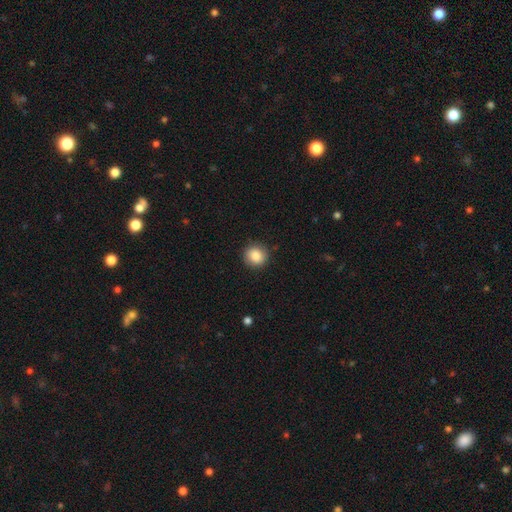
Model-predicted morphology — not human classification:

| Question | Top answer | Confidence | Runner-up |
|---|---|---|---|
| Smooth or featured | smooth | 85% | star or artifact (9%) |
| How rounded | round | 90% | in between (9%) |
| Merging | none | 88% | minor disturbance (8%) |